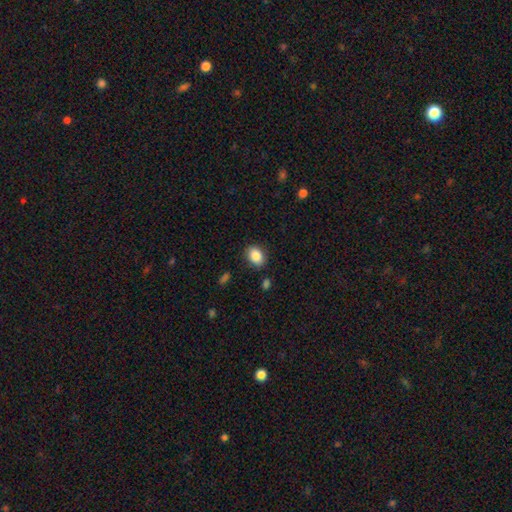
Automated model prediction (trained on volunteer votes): Smooth or featured: smooth — 87% (star or artifact — 8%)
How rounded: in between — 70% (round — 29%)
Merging: none — 84% (minor disturbance — 11%)